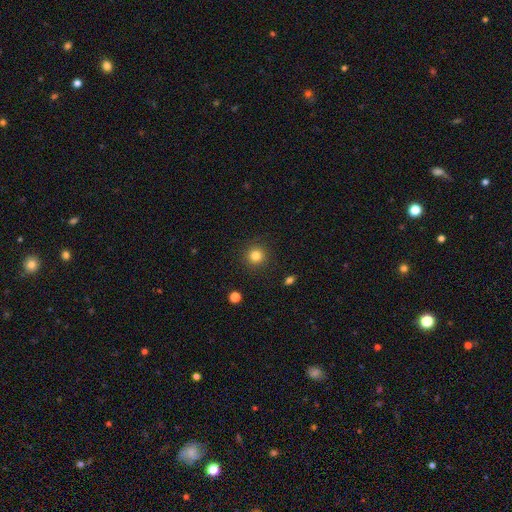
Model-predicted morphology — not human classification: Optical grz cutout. It shows a smooth galaxy with no disk features (83%) that is round (94%). Merging: none (90%).